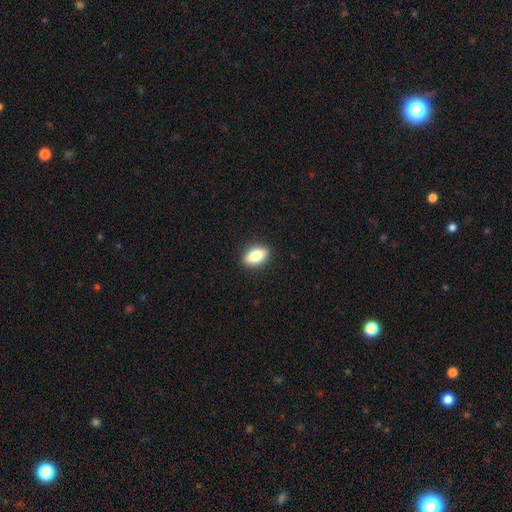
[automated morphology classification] The model was most divided on "smooth or featured": smooth: 78%, featured or disk: 14%, star or artifact: 8%. More confident: merging — none (90%); how rounded — in between (85%).